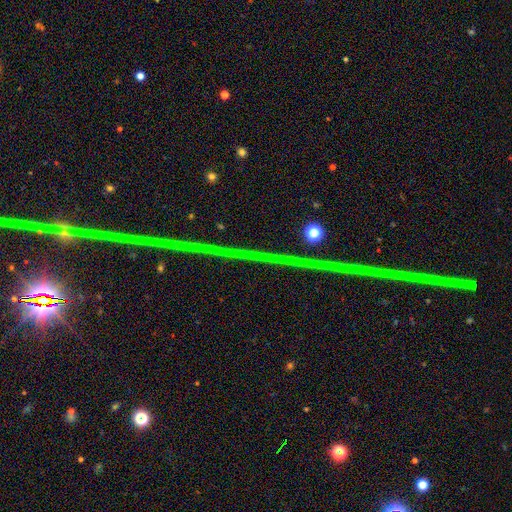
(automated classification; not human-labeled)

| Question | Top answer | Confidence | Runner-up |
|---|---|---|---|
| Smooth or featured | star or artifact | 85% | featured or disk (9%) |